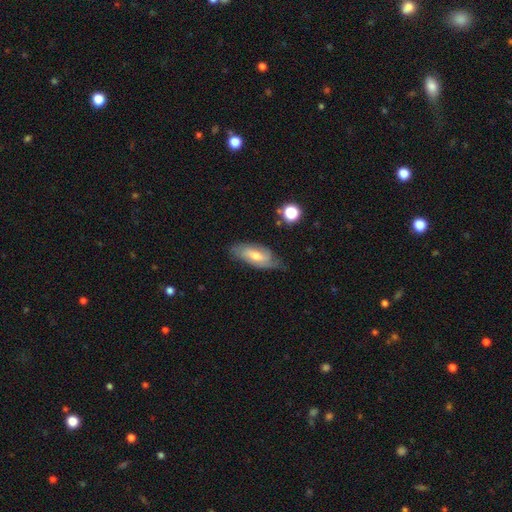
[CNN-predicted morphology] A featured or disk galaxy (52%).

Vote fractions:
- Smooth or featured? featured or disk: 52% / smooth: 40% / star or artifact: 7%
- Edge-on disk? no: 82% / yes: 18%
- Merging? none: 66% / minor disturbance: 26% / major disturbance: 6% / merger: 2%